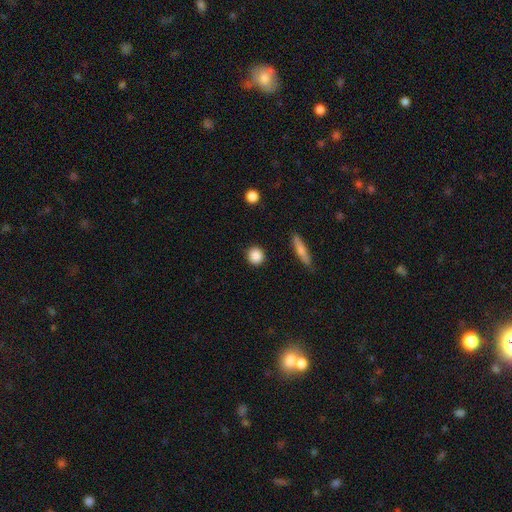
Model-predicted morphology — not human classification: This is clearly a smooth galaxy (87%). How rounded: clearly round (89%). Merging: clearly none (90%).